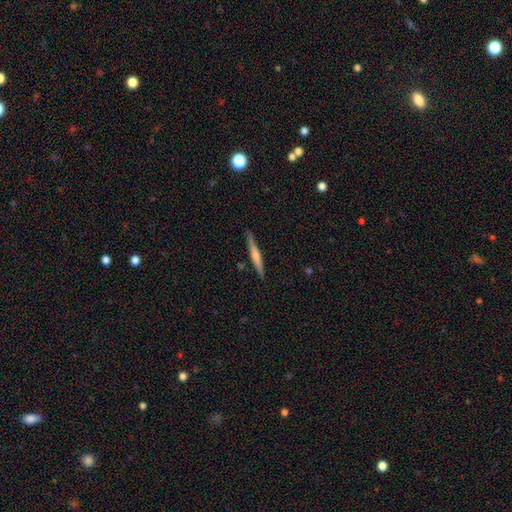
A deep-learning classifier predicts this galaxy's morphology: Smooth or featured? Predicted: featured or disk (p=0.48). Merging? Predicted: none (p=0.87).